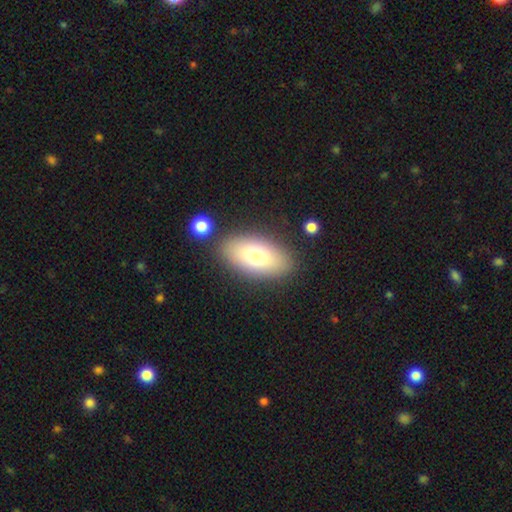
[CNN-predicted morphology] type=smooth (74%); roundness=in between (91%); merging=none (84%).